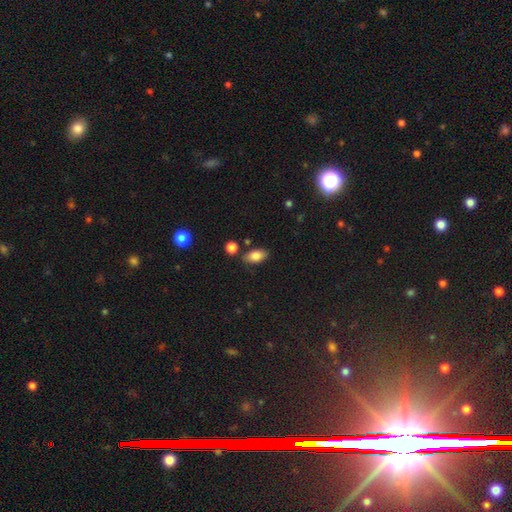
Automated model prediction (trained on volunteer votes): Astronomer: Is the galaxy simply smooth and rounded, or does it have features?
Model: smooth — 83%.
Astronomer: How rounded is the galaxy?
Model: in between — 91%.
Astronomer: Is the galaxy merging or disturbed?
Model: none — 79%.